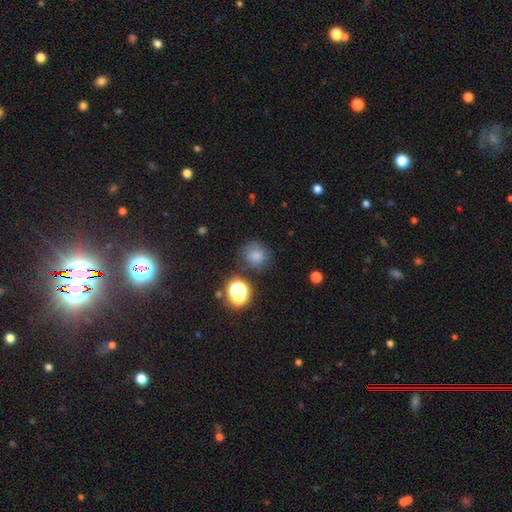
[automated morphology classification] Overall: smooth (73%). How rounded: round (84%). Merging: none (73%).